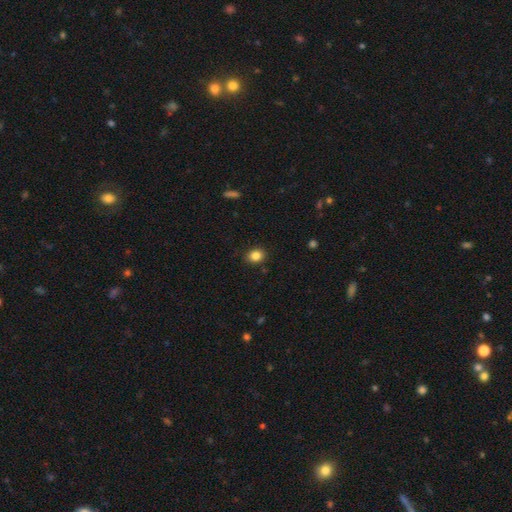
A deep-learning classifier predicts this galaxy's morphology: Smooth or featured? smooth (84%)
How rounded? round (53%)
Merging? none (89%)